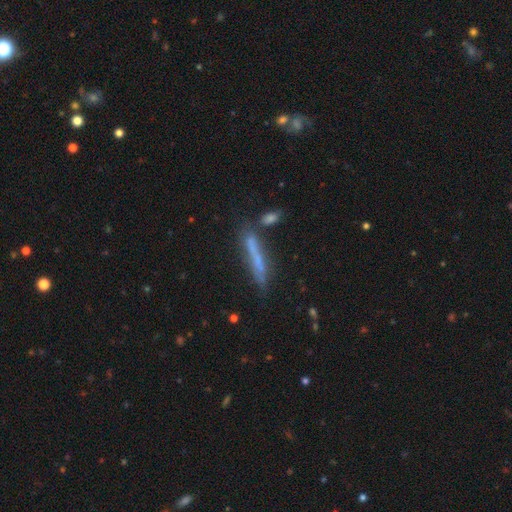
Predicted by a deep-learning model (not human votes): The model was most divided on "smooth or featured": smooth: 51%, featured or disk: 39%, star or artifact: 9%. More confident: how rounded — cigar-shaped (92%); merging — none (65%).